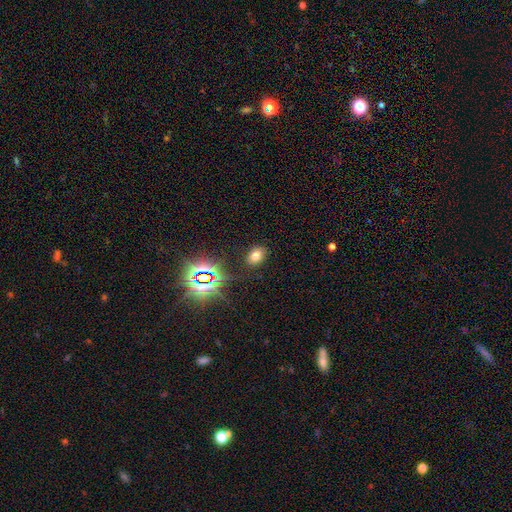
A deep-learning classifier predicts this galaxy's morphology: Smooth or featured? smooth (67%)
How rounded? in between (76%)
Merging? none (86%)